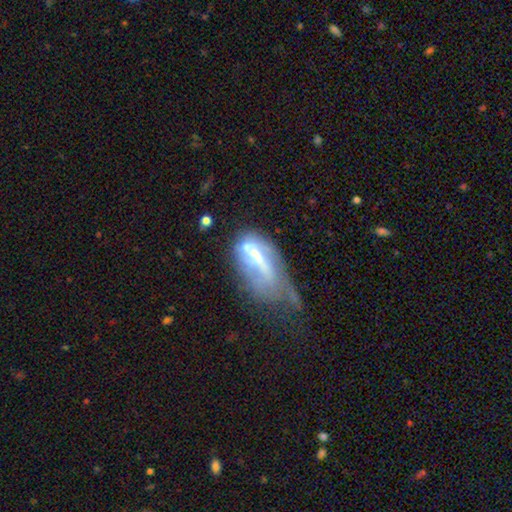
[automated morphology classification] The model was most divided on "smooth or featured": featured or disk: 51%, smooth: 39%, star or artifact: 10%. More confident: edge-on disk — no (90%); merging — major disturbance (50%).